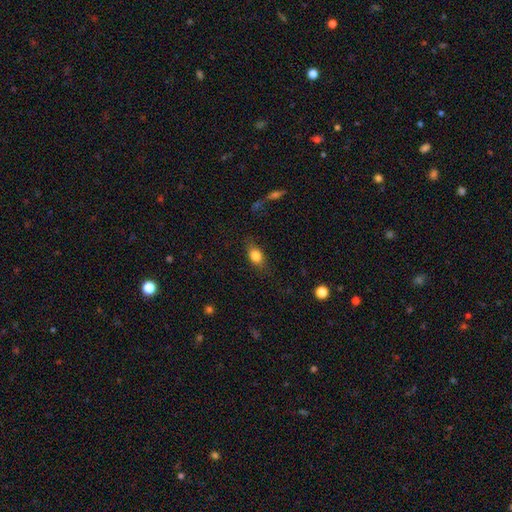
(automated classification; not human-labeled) smooth_or_featured: smooth (p=0.80) [alt: featured or disk p=0.11]
how_rounded: in between (p=0.77) [alt: round p=0.17]
merging: none (p=0.80) [alt: minor disturbance p=0.14]